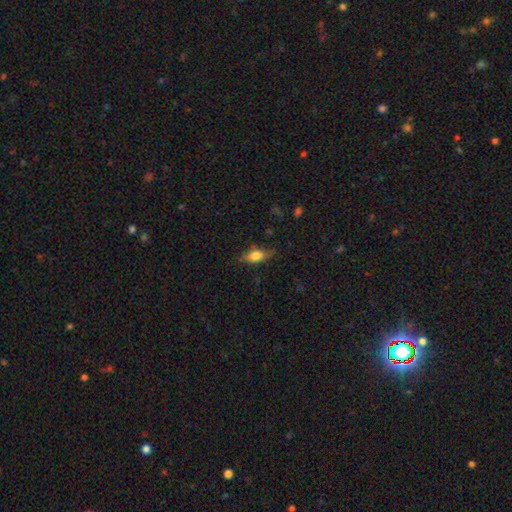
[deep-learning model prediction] smooth 67%, featured or disk 25%, star or artifact 8%. Down the decision tree: how rounded — in between (73%); merging — none (75%).